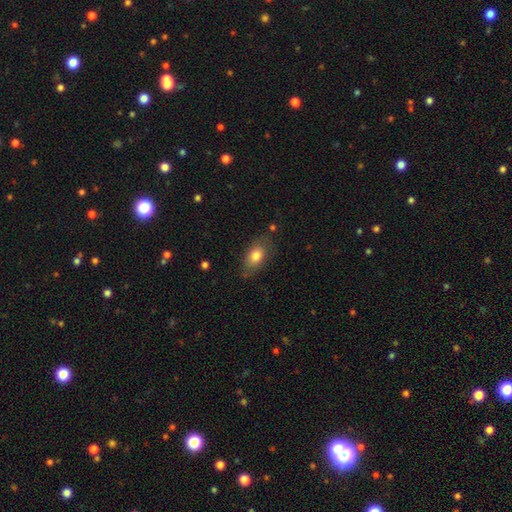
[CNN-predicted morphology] smooth 78%, featured or disk 14%, star or artifact 8%. Down the decision tree: how rounded — in between (86%); merging — none (73%).